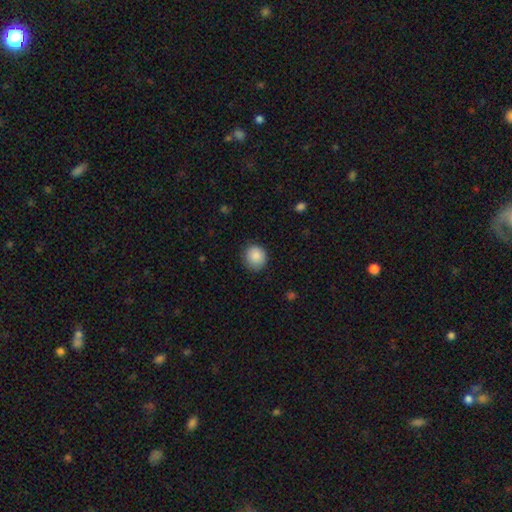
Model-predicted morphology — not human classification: Smooth or featured? Predicted: smooth (p=0.88). How rounded? Predicted: round (p=0.87). Merging? Predicted: none (p=0.84).